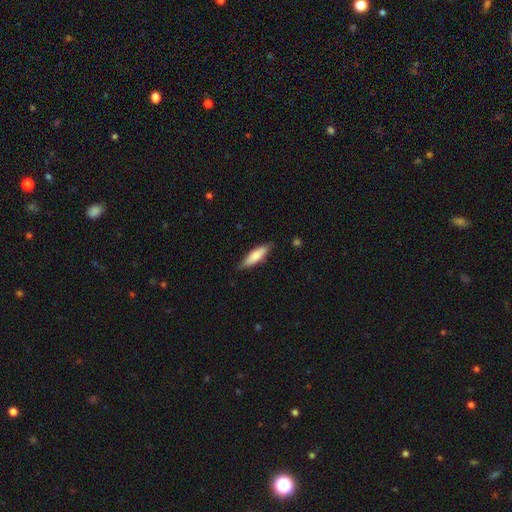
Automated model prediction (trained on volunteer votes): This is likely a smooth galaxy (72%). How rounded: likely cigar-shaped (61%). Merging: clearly none (81%).